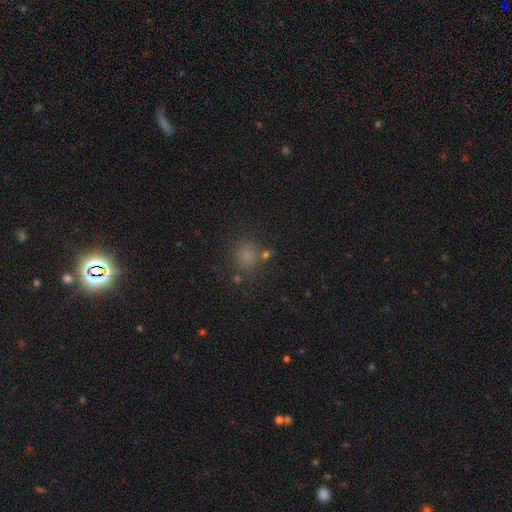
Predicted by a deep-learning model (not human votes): Smooth or featured?
  - smooth: 72% *
  - star or artifact: 22%
  - featured or disk: 6%
How rounded?
  - round: 79% *
  - in between: 20%
  - cigar-shaped: 1%
Merging?
  - none: 76% *
  - minor disturbance: 12%
  - merger: 7%
  - major disturbance: 5%